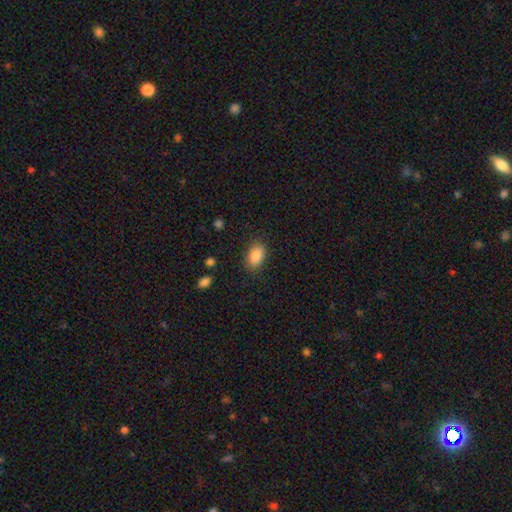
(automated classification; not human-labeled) This appears to be a smooth galaxy with no disk features (87%) that is in between round and cigar-shaped (89%). Merging: none (86%).